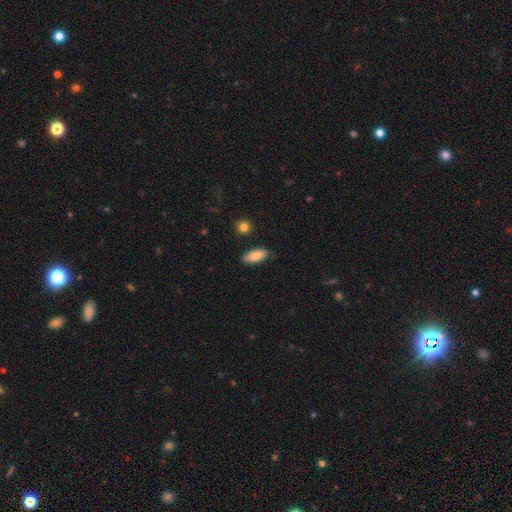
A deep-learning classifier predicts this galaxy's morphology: Smooth or featured?
  - smooth: 85% *
  - featured or disk: 8%
  - star or artifact: 6%
How rounded?
  - in between: 88% *
  - cigar-shaped: 9%
  - round: 2%
Merging?
  - none: 86% *
  - minor disturbance: 10%
  - major disturbance: 2%
  - merger: 2%